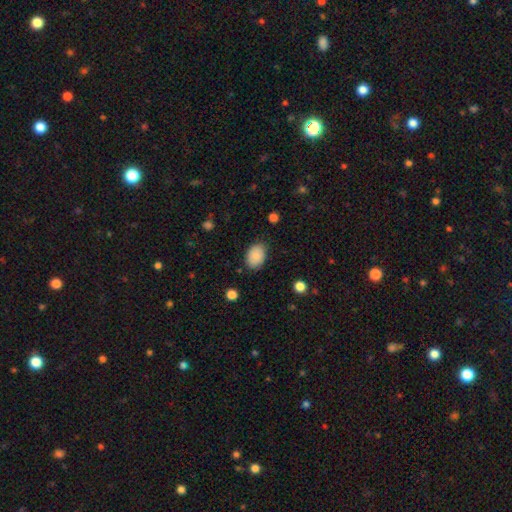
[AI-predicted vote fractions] Smooth or featured? Predicted: smooth (p=0.86). How rounded? Predicted: in between (p=0.81). Merging? Predicted: none (p=0.82).